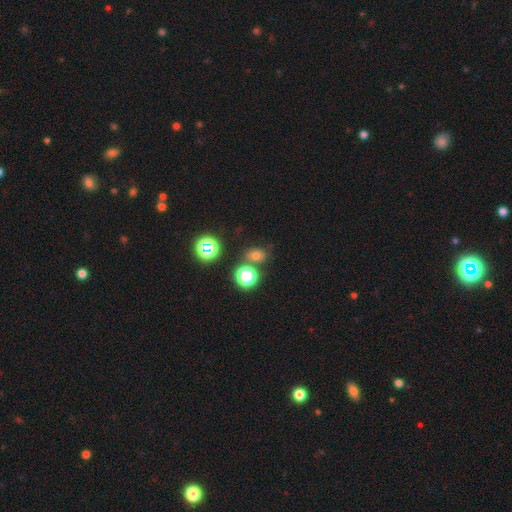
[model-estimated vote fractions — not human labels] Q: Smooth or featured?
A: smooth (60%); runner-up: star or artifact (30%)
Q: How rounded?
A: round (51%); runner-up: in between (47%)
Q: Merging?
A: none (72%); runner-up: minor disturbance (12%)